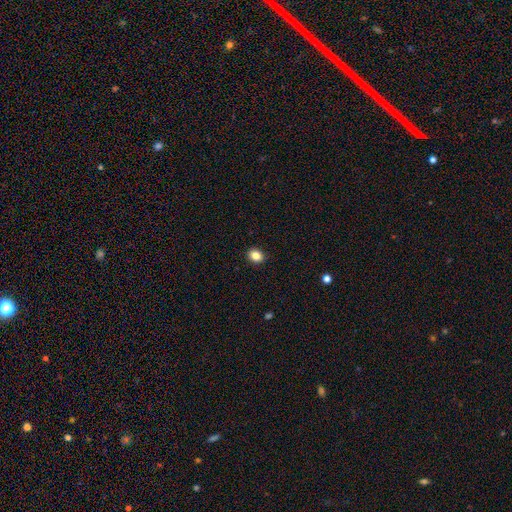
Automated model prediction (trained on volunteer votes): Smooth or featured? smooth (85%)
How rounded? round (51%)
Merging? none (91%)